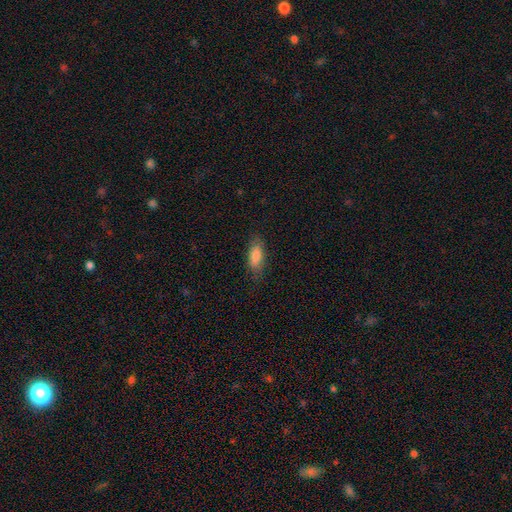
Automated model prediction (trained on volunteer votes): A smooth galaxy with no disk features (84%) that is in between round and cigar-shaped (81%). Merging: none (79%).